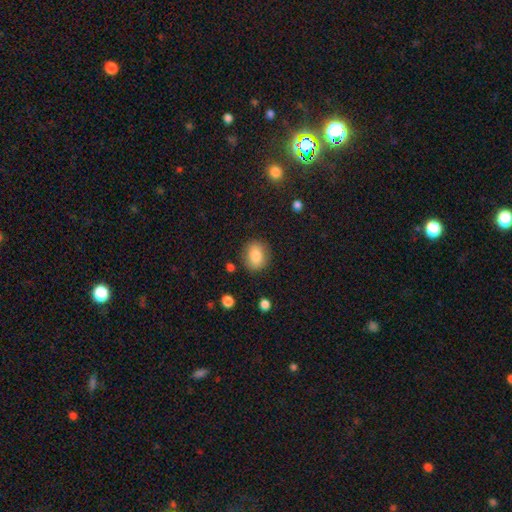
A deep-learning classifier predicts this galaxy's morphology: This appears to be a smooth galaxy with no disk features (83%) that is round (65%). Merging: none (84%).